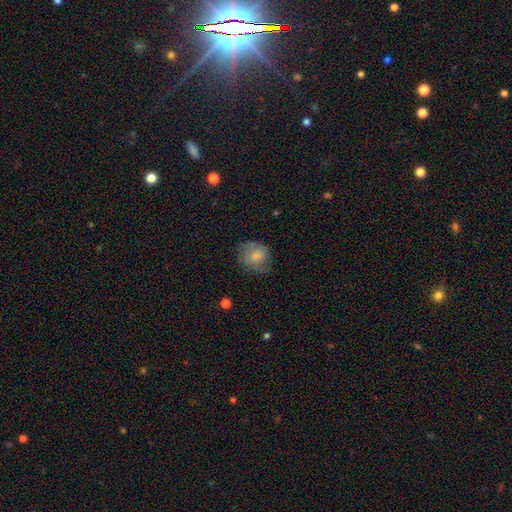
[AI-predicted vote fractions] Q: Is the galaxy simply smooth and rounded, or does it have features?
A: smooth — 66%.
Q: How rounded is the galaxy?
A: round — 59%.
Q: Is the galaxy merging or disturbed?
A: none — 54%.